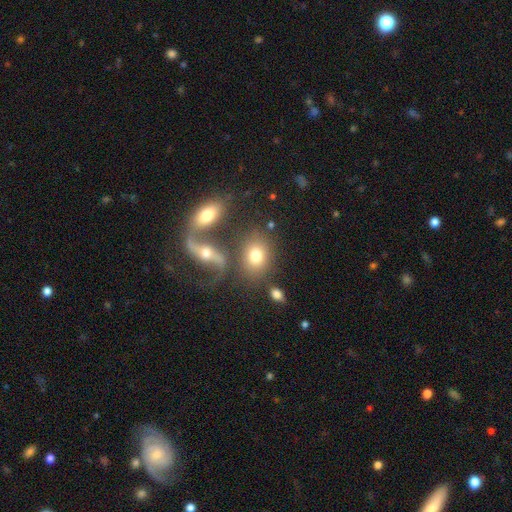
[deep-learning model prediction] A smooth galaxy with no disk features (71%) that is in between round and cigar-shaped (65%).

Vote fractions:
- Smooth or featured? smooth: 71% / featured or disk: 19% / star or artifact: 10%
- How rounded? in between: 65% / round: 33% / cigar-shaped: 2%
- Merging? none: 62% / merger: 19% / minor disturbance: 12% / major disturbance: 7%